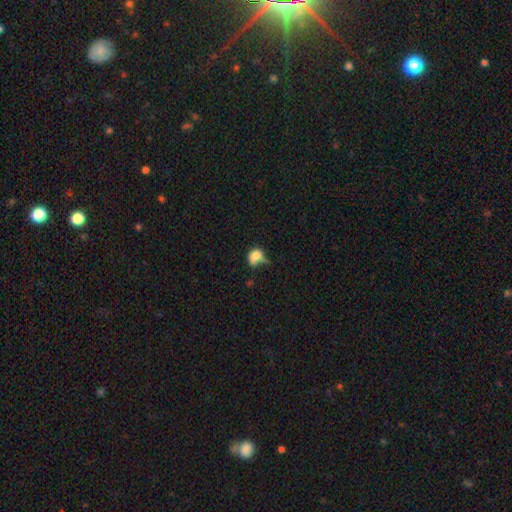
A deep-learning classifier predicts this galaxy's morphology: A smooth galaxy with no disk features (72%) that is in between round and cigar-shaped (54%). Merging: major disturbance (32%).